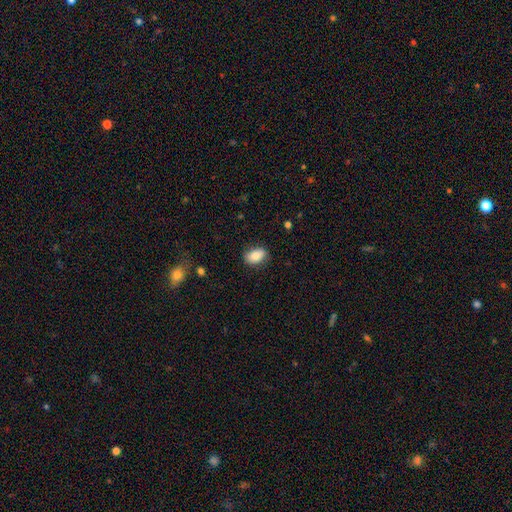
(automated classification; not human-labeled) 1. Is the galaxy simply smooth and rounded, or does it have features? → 82% smooth, 11% featured or disk, 8% star or artifact.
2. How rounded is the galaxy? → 86% in between, 13% round, 2% cigar-shaped.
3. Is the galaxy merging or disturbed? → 82% none, 14% minor disturbance, 3% major disturbance, 1% merger.